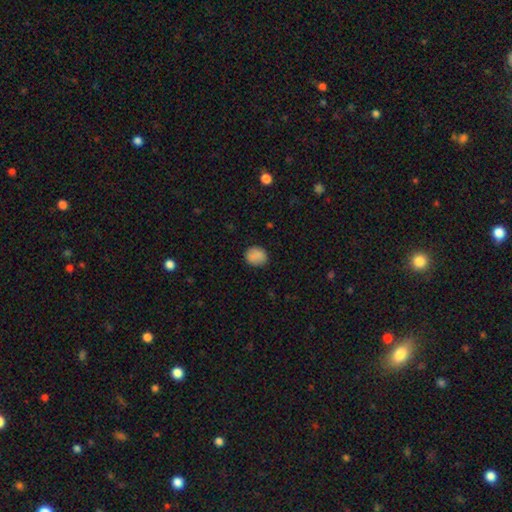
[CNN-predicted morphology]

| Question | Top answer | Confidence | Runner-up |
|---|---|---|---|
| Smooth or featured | smooth | 88% | star or artifact (9%) |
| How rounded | round | 78% | in between (21%) |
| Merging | none | 87% | minor disturbance (9%) |